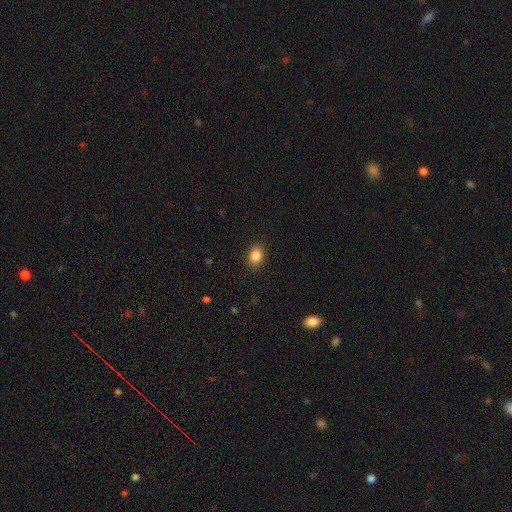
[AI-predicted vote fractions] Smooth or featured?
  - smooth: 87% *
  - star or artifact: 9%
  - featured or disk: 4%
How rounded?
  - in between: 71% *
  - round: 28%
  - cigar-shaped: 1%
Merging?
  - none: 88% *
  - minor disturbance: 8%
  - major disturbance: 2%
  - merger: 1%